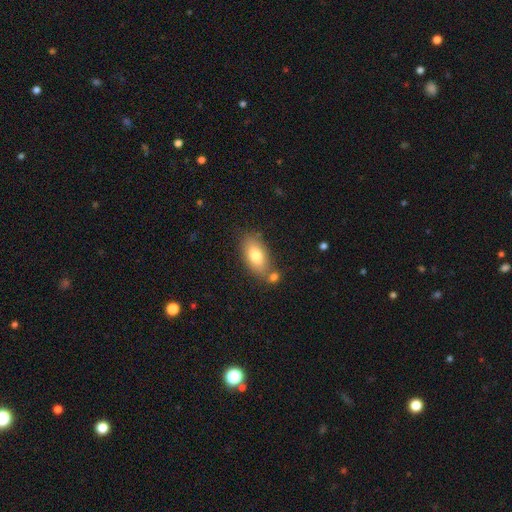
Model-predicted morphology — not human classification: The model was most divided on "merging": none: 68%, merger: 15%, minor disturbance: 14%, major disturbance: 4%. More confident: how rounded — in between (89%); smooth or featured — smooth (76%).